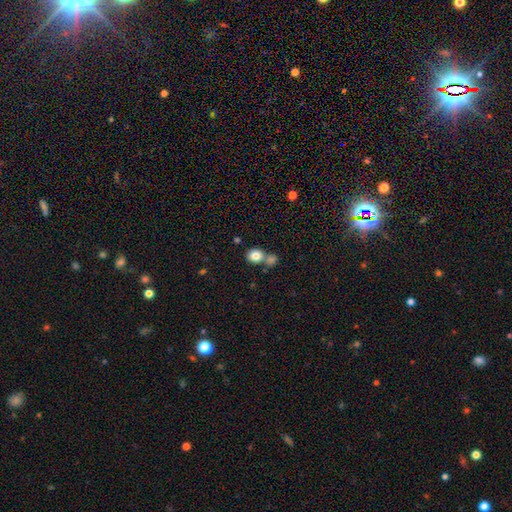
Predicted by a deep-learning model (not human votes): Smooth or featured?
  - smooth: 83% *
  - star or artifact: 9%
  - featured or disk: 7%
How rounded?
  - round: 69% *
  - in between: 30%
  - cigar-shaped: 1%
Merging?
  - none: 49% *
  - merger: 39%
  - minor disturbance: 9%
  - major disturbance: 3%